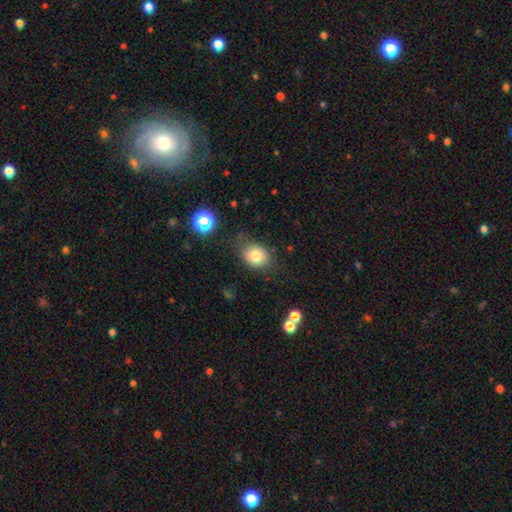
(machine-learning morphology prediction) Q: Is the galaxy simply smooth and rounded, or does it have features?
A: smooth — 79%.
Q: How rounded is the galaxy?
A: round — 54%.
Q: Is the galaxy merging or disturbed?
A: none — 67%.